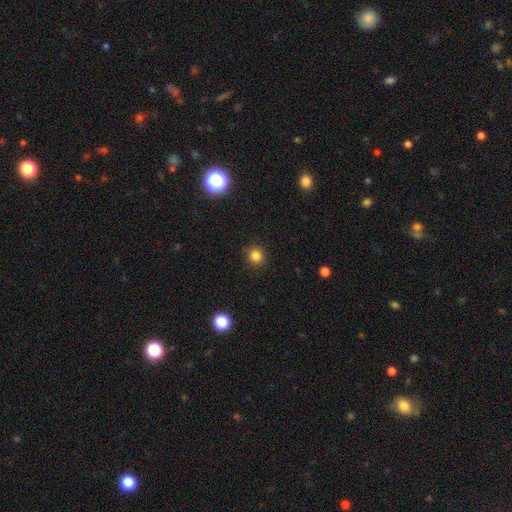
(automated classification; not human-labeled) Morphology: type=smooth (82%); roundness=round (92%); merging=none (90%).